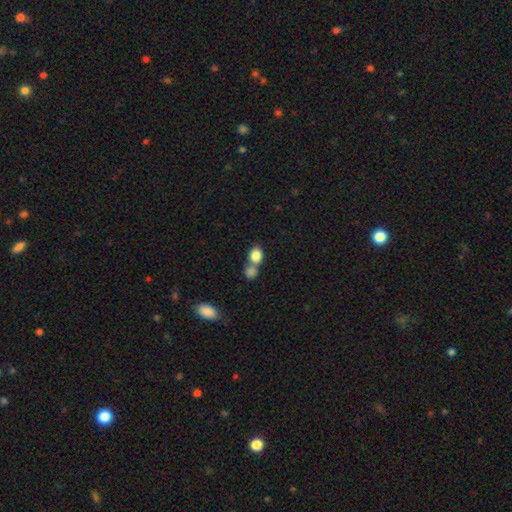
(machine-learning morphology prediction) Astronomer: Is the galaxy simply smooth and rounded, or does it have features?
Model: smooth — 84%.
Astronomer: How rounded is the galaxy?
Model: round — 50% (runner-up: in between, 49%).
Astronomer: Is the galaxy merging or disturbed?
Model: merger — 50% (runner-up: none, 38%).